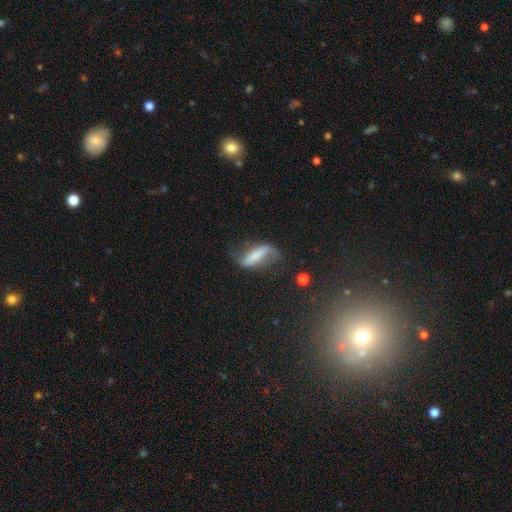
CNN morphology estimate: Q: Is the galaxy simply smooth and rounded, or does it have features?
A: featured or disk — 65%.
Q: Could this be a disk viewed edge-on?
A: no — 80%.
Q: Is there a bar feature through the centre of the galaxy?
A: strong — 62%.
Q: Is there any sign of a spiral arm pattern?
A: yes — 82%.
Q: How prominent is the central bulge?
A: small — 36%.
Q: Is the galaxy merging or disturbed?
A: none — 50%.